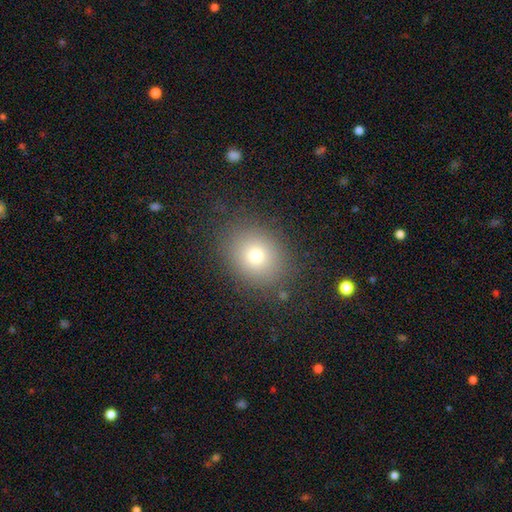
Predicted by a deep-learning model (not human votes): A smooth galaxy with no disk features (74%) that is round (55%).

Vote fractions:
- Smooth or featured? smooth: 74% / star or artifact: 15% / featured or disk: 11%
- How rounded? round: 55% / in between: 44% / cigar-shaped: 1%
- Merging? none: 85% / minor disturbance: 10% / major disturbance: 4% / merger: 2%